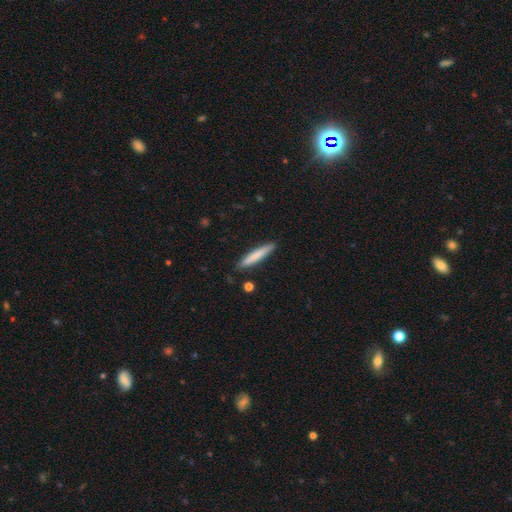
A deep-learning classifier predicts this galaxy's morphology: Smooth or featured? smooth (75%)
How rounded? cigar-shaped (94%)
Merging? none (89%)